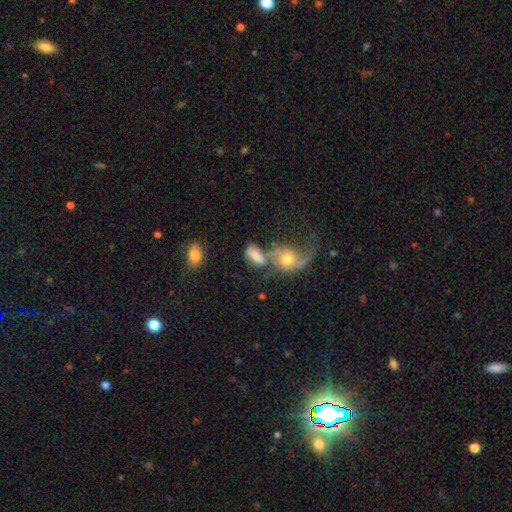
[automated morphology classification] This appears to be a smooth galaxy with no disk features (56%) that is in between round and cigar-shaped (86%). Merging: merger (48%).